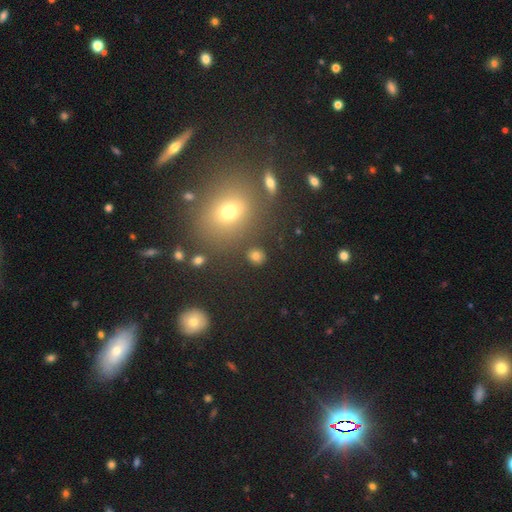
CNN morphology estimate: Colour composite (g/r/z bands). It shows a smooth galaxy with no disk features (72%) that is round (74%). Merging: none (80%).